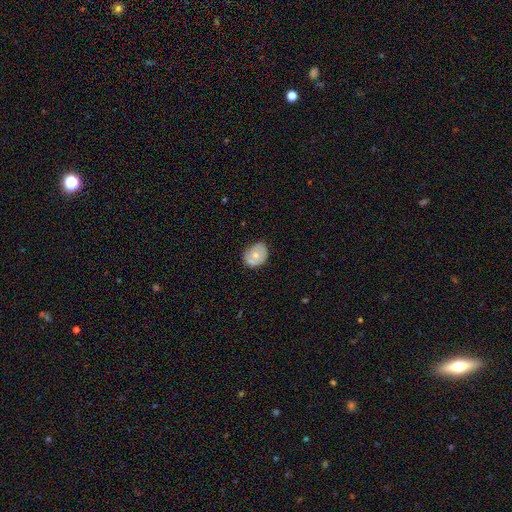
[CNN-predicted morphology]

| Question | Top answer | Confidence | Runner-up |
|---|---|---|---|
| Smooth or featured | smooth | 57% | featured or disk (36%) |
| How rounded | round | 55% | in between (44%) |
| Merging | none | 64% | minor disturbance (27%) |